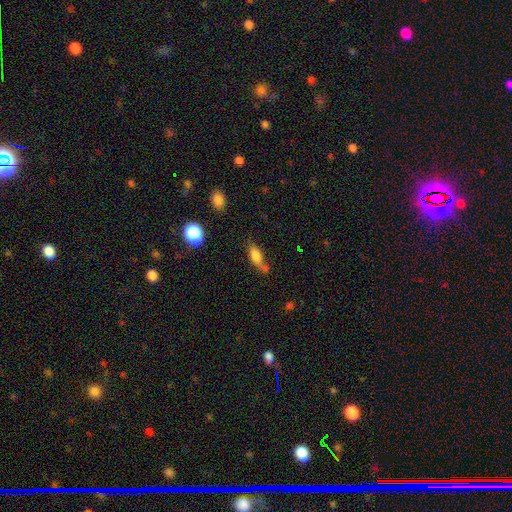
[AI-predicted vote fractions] smooth-or-featured: smooth: 75% | featured or disk: 14% | star or artifact: 11%
  how-rounded: in between: 71% | cigar-shaped: 23% | round: 5%
  merging: none: 44% | merger: 23% | minor disturbance: 22% | major disturbance: 11%